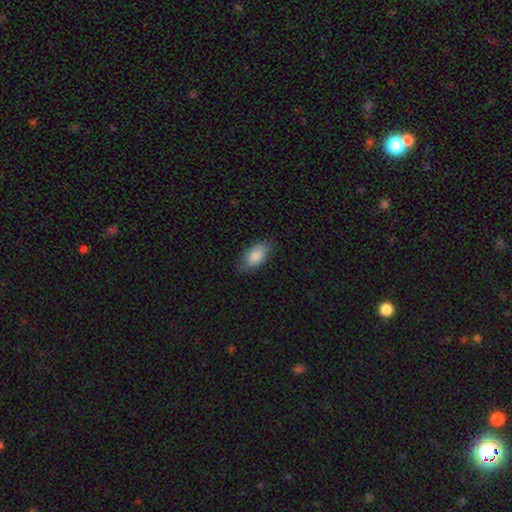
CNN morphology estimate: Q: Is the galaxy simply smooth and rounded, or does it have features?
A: smooth — 87%.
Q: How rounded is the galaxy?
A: in between — 92%.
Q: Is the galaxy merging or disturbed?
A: none — 78%.